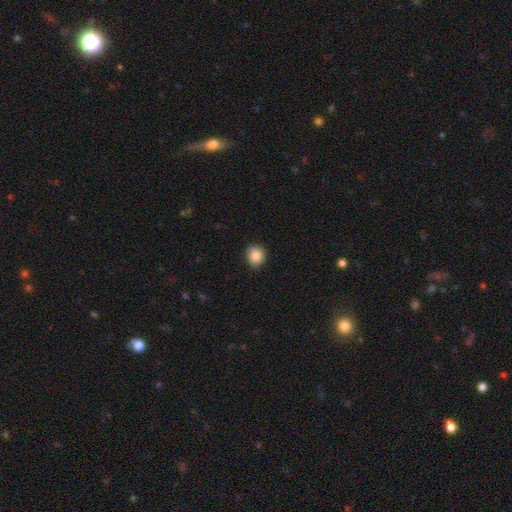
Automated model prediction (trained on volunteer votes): Smooth or featured? Predicted: smooth (p=0.88). How rounded? Predicted: round (p=0.72). Merging? Predicted: none (p=0.87).